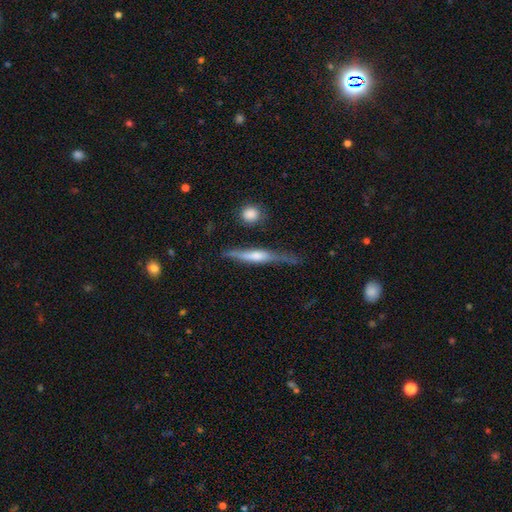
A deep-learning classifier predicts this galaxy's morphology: The model was most divided on "edge-on bulge": rounded: 68%, none: 17%, boxy: 15%. More confident: edge-on disk — yes (96%); merging — none (78%); smooth or featured — featured or disk (72%).